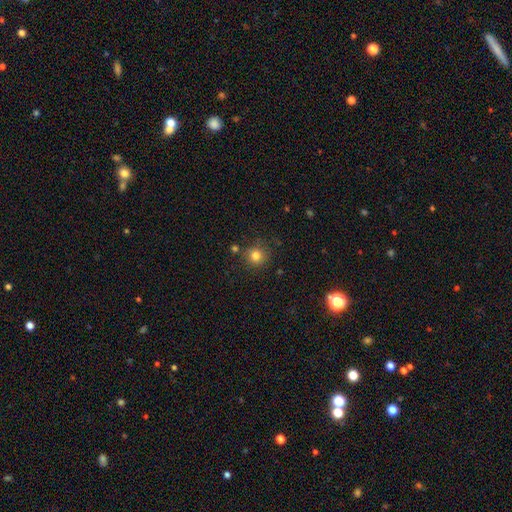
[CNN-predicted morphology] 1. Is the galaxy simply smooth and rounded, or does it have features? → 80% smooth, 13% star or artifact, 7% featured or disk.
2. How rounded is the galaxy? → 91% round, 8% in between, 1% cigar-shaped.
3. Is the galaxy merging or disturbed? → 81% none, 10% minor disturbance, 5% merger, 3% major disturbance.